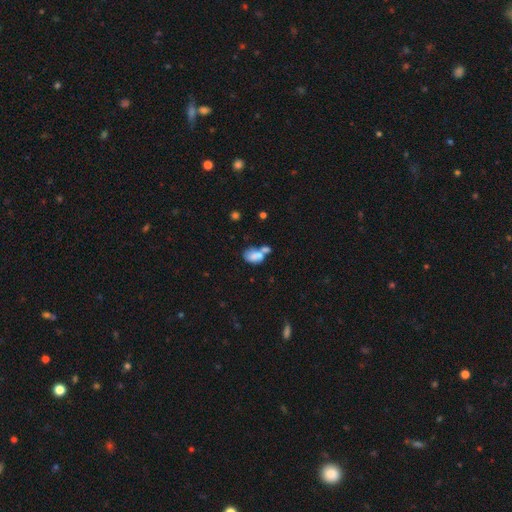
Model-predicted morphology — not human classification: Smooth or featured: smooth — 72% (featured or disk — 18%)
How rounded: in between — 83% (round — 15%)
Merging: merger — 56% (none — 21%)